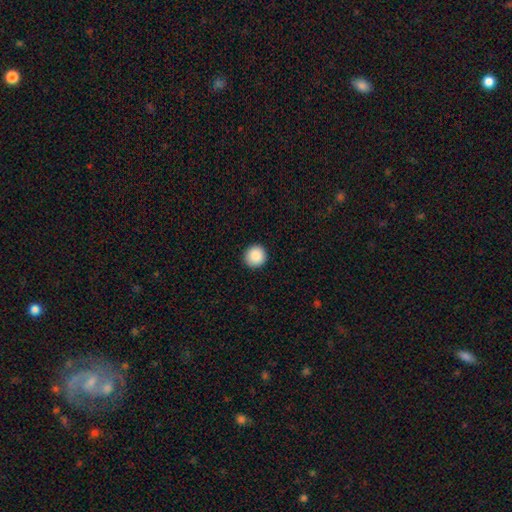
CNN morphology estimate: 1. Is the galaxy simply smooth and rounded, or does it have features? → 89% smooth, 8% star or artifact, 3% featured or disk.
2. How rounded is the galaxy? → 95% round, 4% in between, 1% cigar-shaped.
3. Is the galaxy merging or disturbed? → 93% none, 5% minor disturbance, 2% major disturbance, 1% merger.